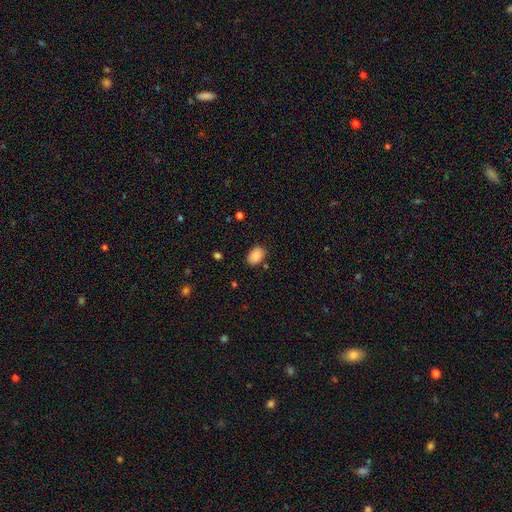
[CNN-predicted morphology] Q: Smooth or featured?
A: smooth (87%); runner-up: star or artifact (8%)
Q: How rounded?
A: in between (82%); runner-up: round (17%)
Q: Merging?
A: none (83%); runner-up: minor disturbance (13%)